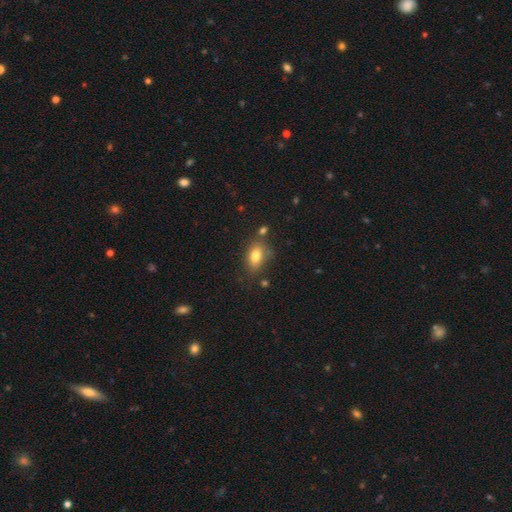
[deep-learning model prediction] Morphology: type=smooth (79%); roundness=in between (79%); merging=none (66%).